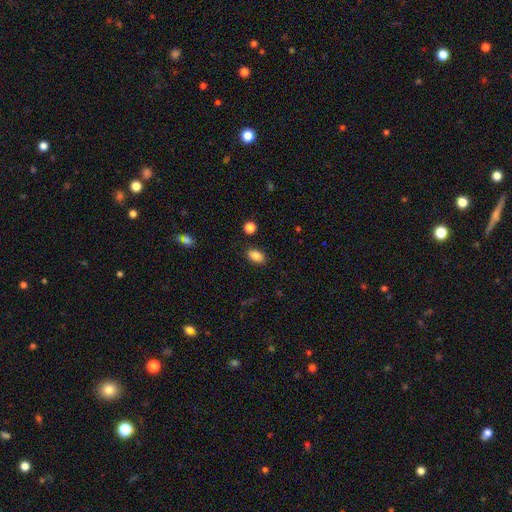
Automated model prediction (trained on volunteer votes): Smooth or featured?
  - smooth: 86% *
  - star or artifact: 9%
  - featured or disk: 5%
How rounded?
  - in between: 87% *
  - round: 11%
  - cigar-shaped: 2%
Merging?
  - none: 86% *
  - minor disturbance: 10%
  - major disturbance: 3%
  - merger: 2%